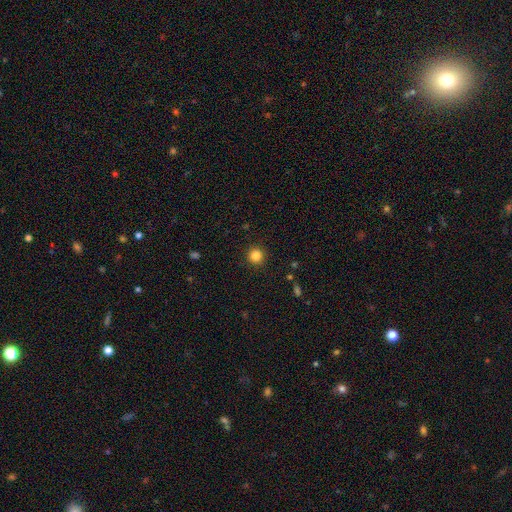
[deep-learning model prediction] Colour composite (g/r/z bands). It shows a smooth galaxy with no disk features (84%) that is round (95%). Merging: none (92%).